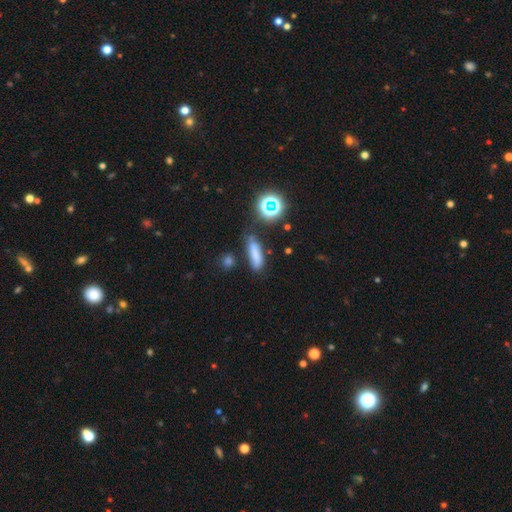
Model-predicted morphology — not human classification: Smooth or featured: smooth — 71% (star or artifact — 17%)
How rounded: cigar-shaped — 57% (in between — 36%)
Merging: none — 63% (minor disturbance — 22%)